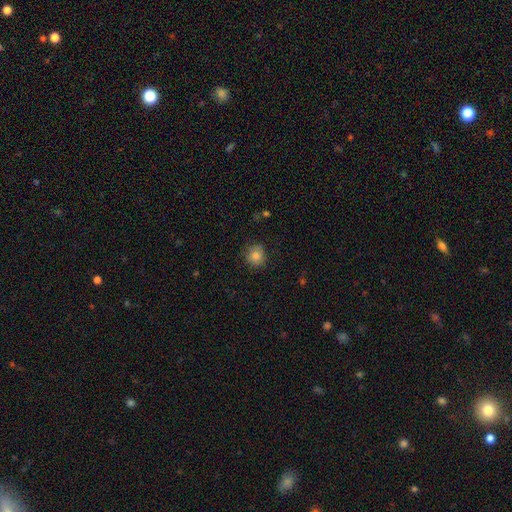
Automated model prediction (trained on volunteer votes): This is clearly a smooth galaxy (83%). How rounded: clearly round (87%). Merging: clearly none (82%).